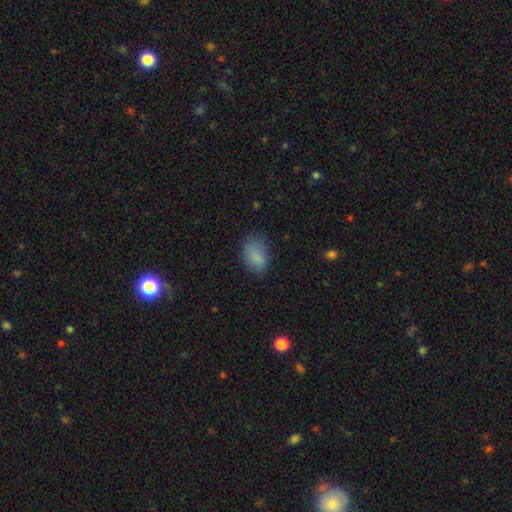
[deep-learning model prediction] A smooth galaxy with no disk features (84%) that is in between round and cigar-shaped (84%). Merging: none (70%).